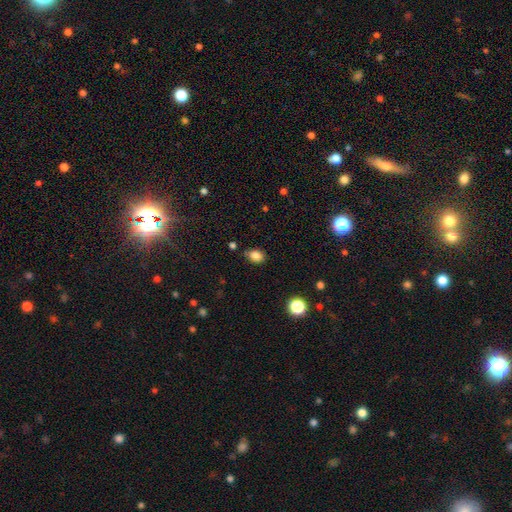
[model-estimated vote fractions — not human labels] A smooth galaxy with no disk features (84%) that is in between round and cigar-shaped (71%).

Vote fractions:
- Smooth or featured? smooth: 84% / star or artifact: 11% / featured or disk: 5%
- How rounded? in between: 71% / round: 28% / cigar-shaped: 1%
- Merging? none: 76% / minor disturbance: 18% / major disturbance: 3% / merger: 3%